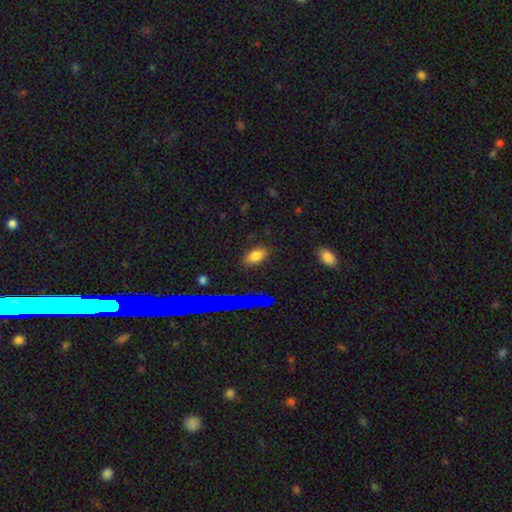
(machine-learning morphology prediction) Overall: smooth (79%). How rounded: in between (87%). Merging: none (87%).